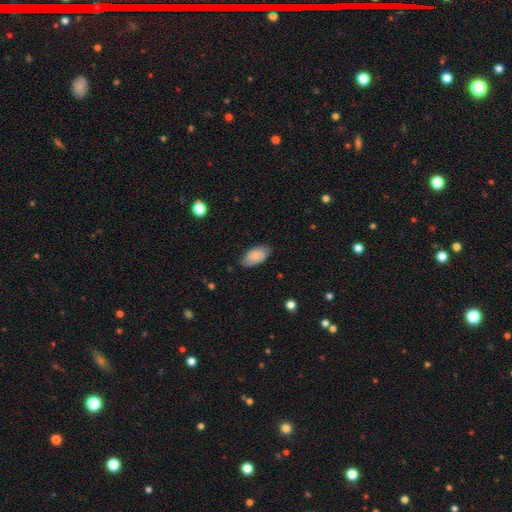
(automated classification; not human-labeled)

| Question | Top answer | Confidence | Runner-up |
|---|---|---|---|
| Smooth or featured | smooth | 72% | featured or disk (21%) |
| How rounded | in between | 94% | round (4%) |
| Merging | none | 76% | minor disturbance (20%) |